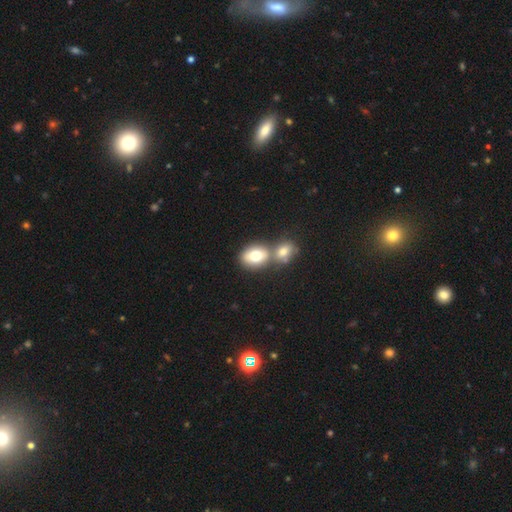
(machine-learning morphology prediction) smooth_or_featured: smooth (p=0.75) [alt: featured or disk p=0.16]
how_rounded: in between (p=0.64) [alt: round p=0.35]
merging: merger (p=0.51) [alt: none p=0.38]